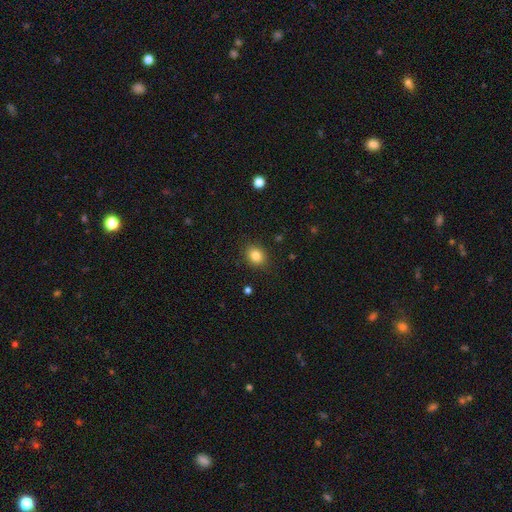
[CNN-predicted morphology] This is clearly a smooth galaxy (84%). How rounded: likely round (60%). Merging: clearly none (88%).